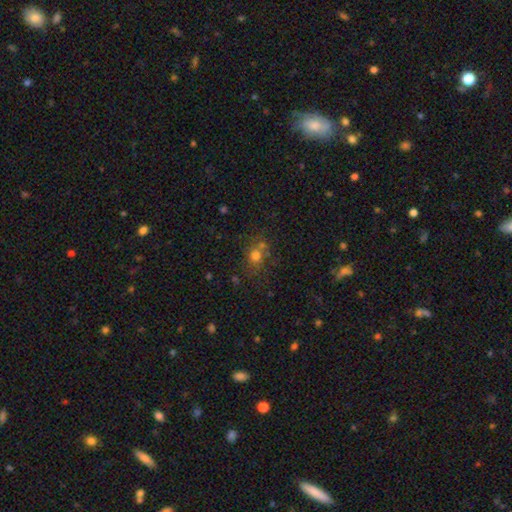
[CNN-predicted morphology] smooth_or_featured: smooth (p=0.69) [alt: star or artifact p=0.18]
how_rounded: round (p=0.67) [alt: in between p=0.32]
merging: none (p=0.59) [alt: merger p=0.20]